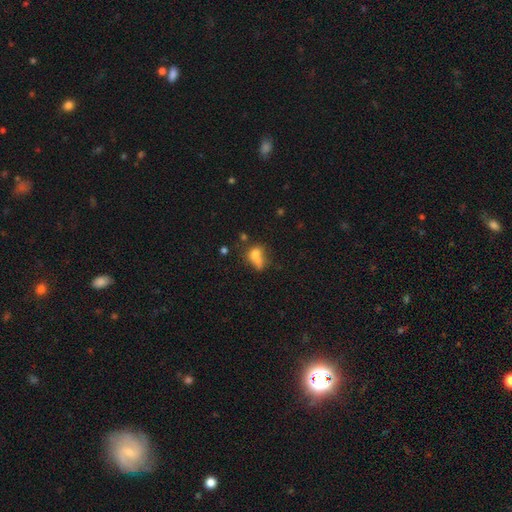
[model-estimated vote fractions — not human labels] A smooth galaxy with no disk features (67%) that is in between round and cigar-shaped (60%). Merging: merger (41%).